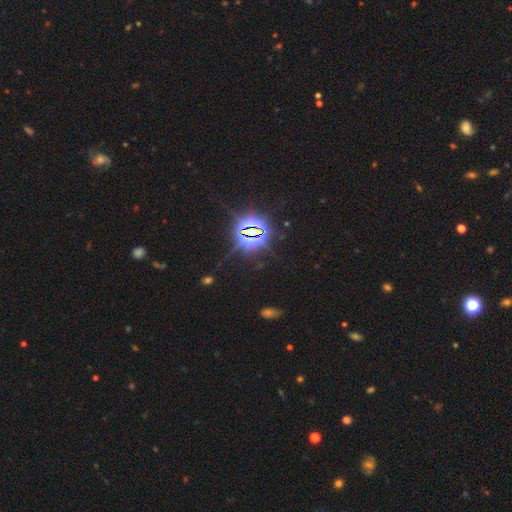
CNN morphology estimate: Smooth or featured? Predicted: star or artifact (p=0.81).